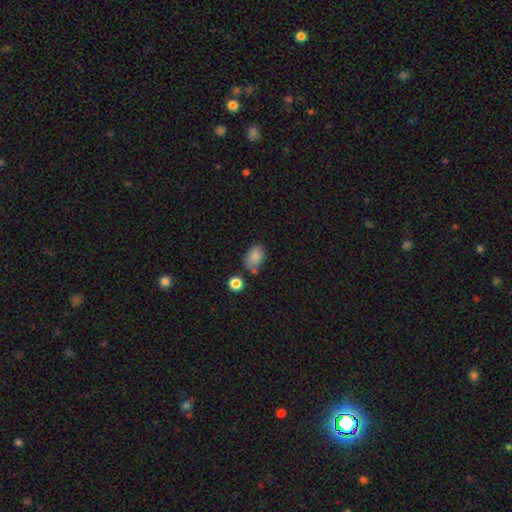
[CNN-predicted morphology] type=smooth (84%); roundness=in between (82%); merging=none (63%).